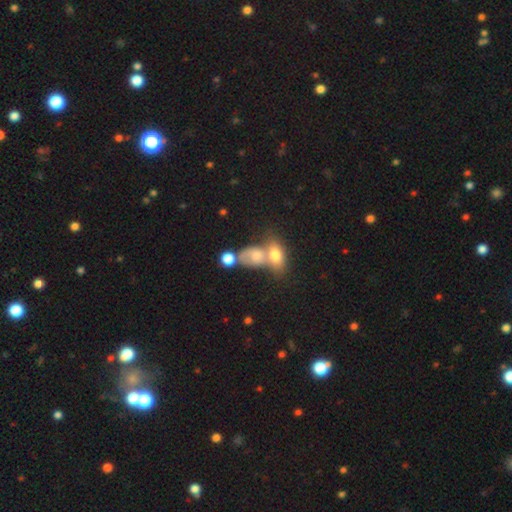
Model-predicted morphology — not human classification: Smooth or featured: smooth — 58% (featured or disk — 30%)
How rounded: in between — 75% (round — 22%)
Merging: merger — 60% (none — 21%)